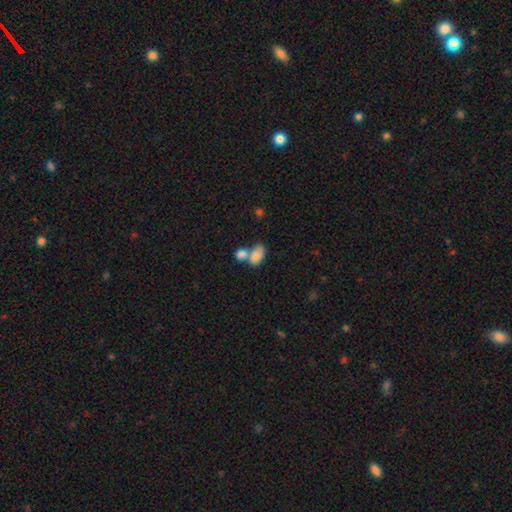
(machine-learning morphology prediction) This appears to be a smooth galaxy with no disk features (81%) that is in between round and cigar-shaped (90%). Merging: merger (60%).